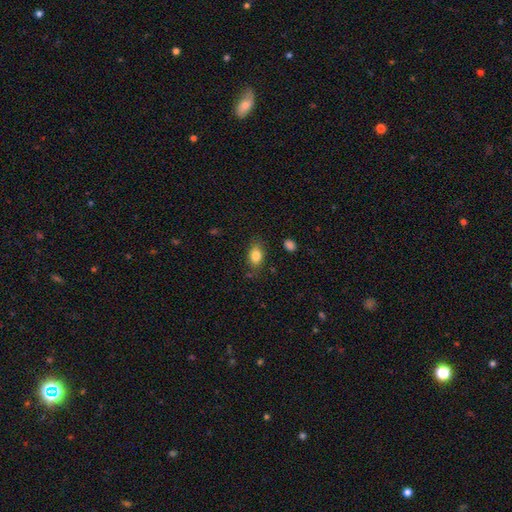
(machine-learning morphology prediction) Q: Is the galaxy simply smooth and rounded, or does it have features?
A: smooth — 83%.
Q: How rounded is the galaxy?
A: in between — 80%.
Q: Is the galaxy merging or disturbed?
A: none — 77%.